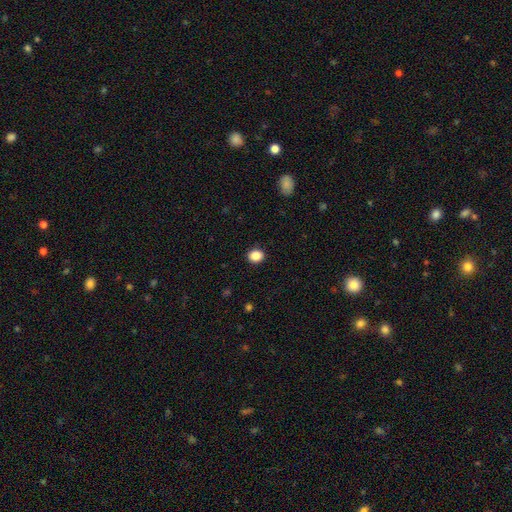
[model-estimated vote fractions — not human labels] This appears to be a smooth galaxy with no disk features (88%) that is round (61%). Merging: none (91%).